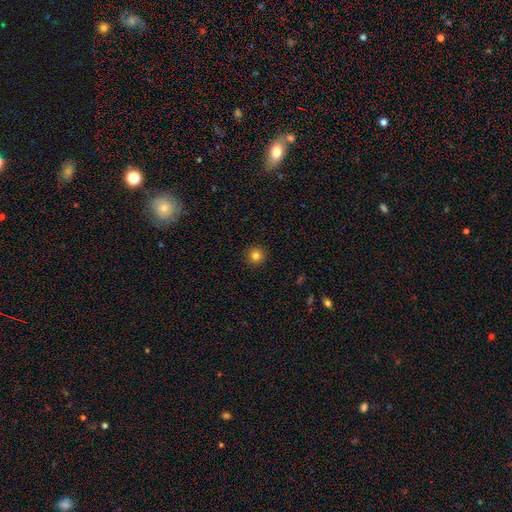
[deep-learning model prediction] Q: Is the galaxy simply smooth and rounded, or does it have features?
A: smooth — 82%.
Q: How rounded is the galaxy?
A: round — 95%.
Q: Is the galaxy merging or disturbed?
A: none — 93%.